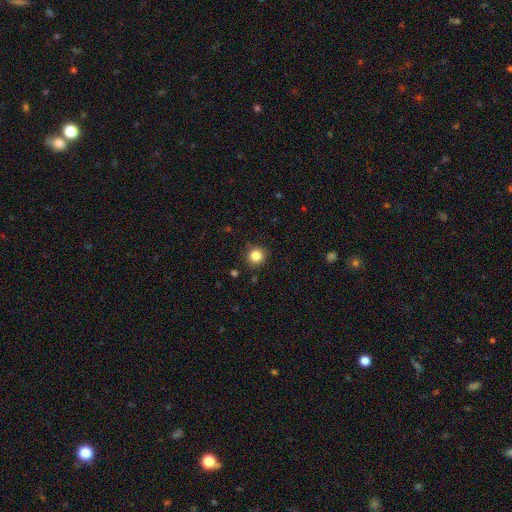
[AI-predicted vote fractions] The model was most divided on "smooth or featured": smooth: 84%, star or artifact: 12%, featured or disk: 5%. More confident: how rounded — round (94%); merging — none (90%).